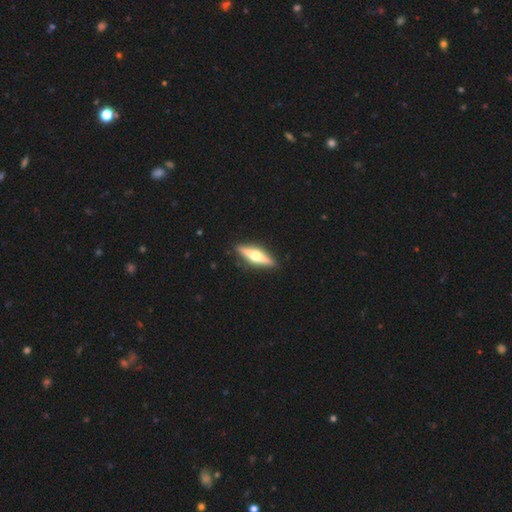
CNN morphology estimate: This is likely a featured or disk galaxy (70%). It is clearly viewed edge-on (96%). Edge-on bulge: clearly rounded (96%). Merging: clearly none (91%).